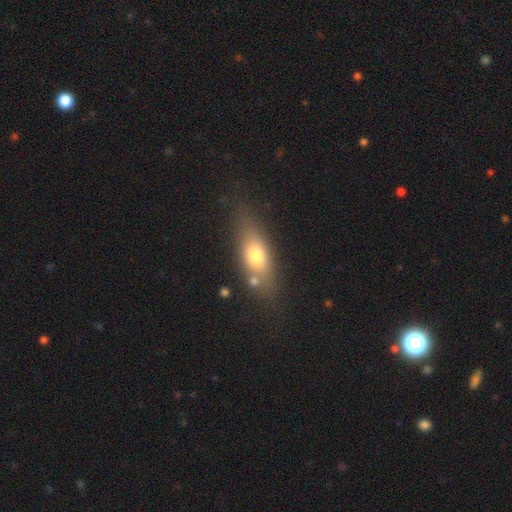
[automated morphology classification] Smooth or featured? Predicted: smooth (p=0.68). How rounded? Predicted: in between (p=0.70). Merging? Predicted: none (p=0.68).